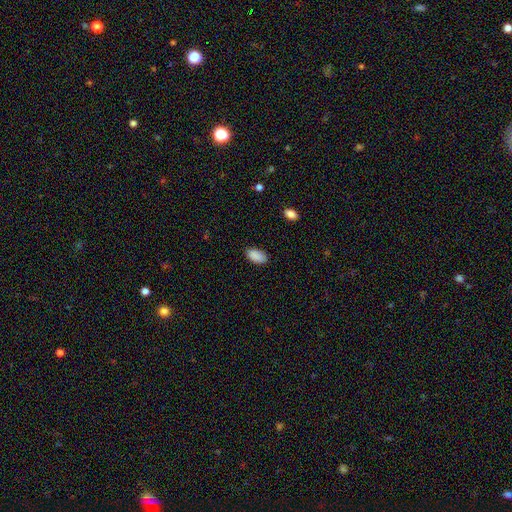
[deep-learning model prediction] A smooth galaxy with no disk features (90%) that is in between round and cigar-shaped (94%).

Vote fractions:
- Smooth or featured? smooth: 90% / star or artifact: 7% / featured or disk: 3%
- How rounded? in between: 94% / round: 3% / cigar-shaped: 2%
- Merging? none: 84% / minor disturbance: 12% / major disturbance: 2% / merger: 1%